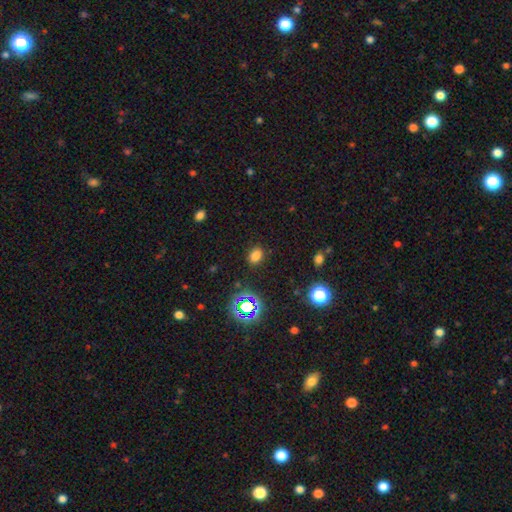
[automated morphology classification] The model was most divided on "how rounded": in between: 69%, round: 29%, cigar-shaped: 1%. More confident: merging — none (86%); smooth or featured — smooth (74%).